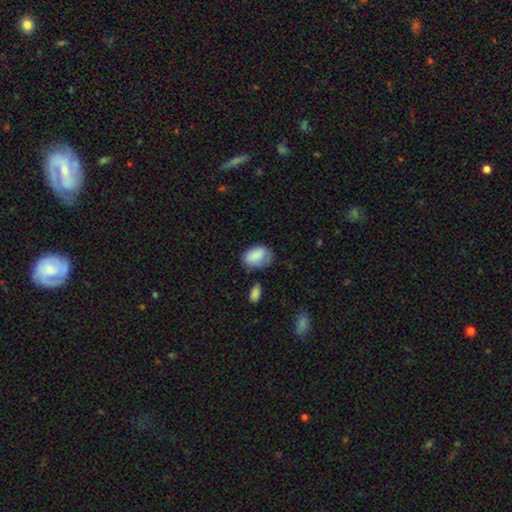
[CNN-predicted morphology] Smooth or featured? smooth (85%)
How rounded? in between (82%)
Merging? none (56%)